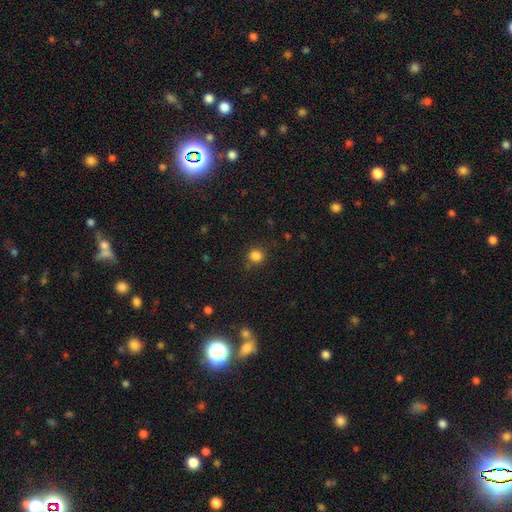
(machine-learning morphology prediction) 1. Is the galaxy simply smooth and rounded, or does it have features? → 83% smooth, 13% star or artifact, 4% featured or disk.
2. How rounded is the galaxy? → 88% round, 11% in between, 1% cigar-shaped.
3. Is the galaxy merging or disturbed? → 84% none, 10% minor disturbance, 3% major disturbance, 2% merger.